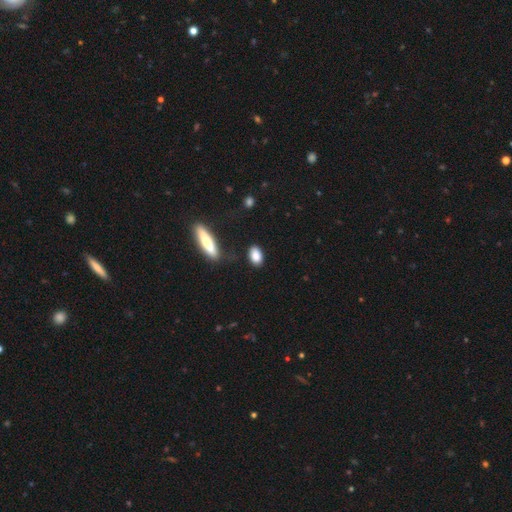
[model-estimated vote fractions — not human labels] Smooth or featured?
  - smooth: 86% *
  - featured or disk: 7%
  - star or artifact: 7%
How rounded?
  - in between: 83% *
  - round: 11%
  - cigar-shaped: 6%
Merging?
  - none: 77% *
  - minor disturbance: 15%
  - major disturbance: 4%
  - merger: 3%